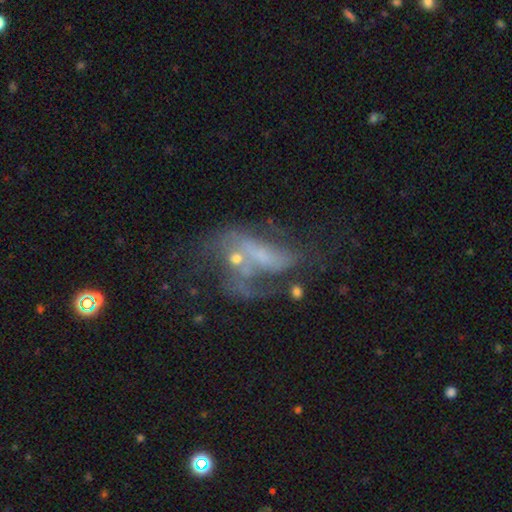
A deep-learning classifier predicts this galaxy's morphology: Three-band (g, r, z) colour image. It shows a featured or disk galaxy (68%) with no bar (59%), spiral arms (57%) and a small central bulge (45%). Merging: major disturbance (36%).